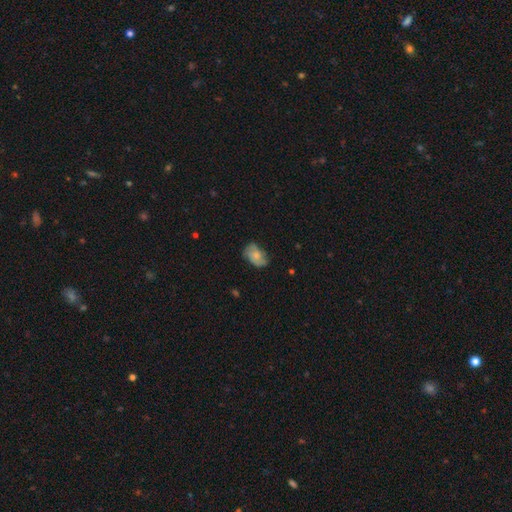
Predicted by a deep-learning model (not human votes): A smooth galaxy with no disk features (60%) that is in between round and cigar-shaped (84%). Merging: none (58%).